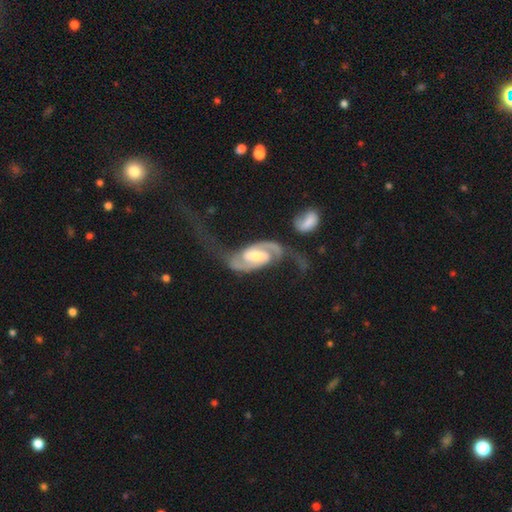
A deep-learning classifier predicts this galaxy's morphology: Smooth or featured: featured or disk — 91% (smooth — 5%)
Edge-on disk: no — 96% (yes — 4%)
Bar: weak — 46% (strong — 31%)
Spiral arms: yes — 98% (no — 2%)
Spiral winding: medium — 45% (loose — 31%)
Spiral arm count: 2 — 93% (can't tell — 2%)
Bulge size: moderate — 58% (small — 26%)
Merging: none — 40% (major disturbance — 33%)